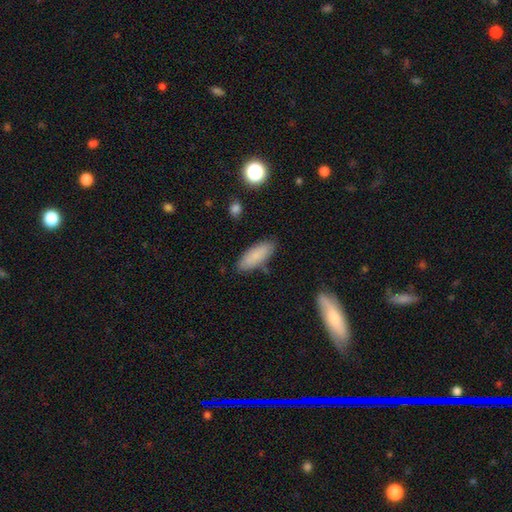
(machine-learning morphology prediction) Smooth or featured?
  - smooth: 83% *
  - featured or disk: 10%
  - star or artifact: 7%
How rounded?
  - in between: 70% *
  - cigar-shaped: 28%
  - round: 2%
Merging?
  - none: 82% *
  - minor disturbance: 13%
  - major disturbance: 3%
  - merger: 2%